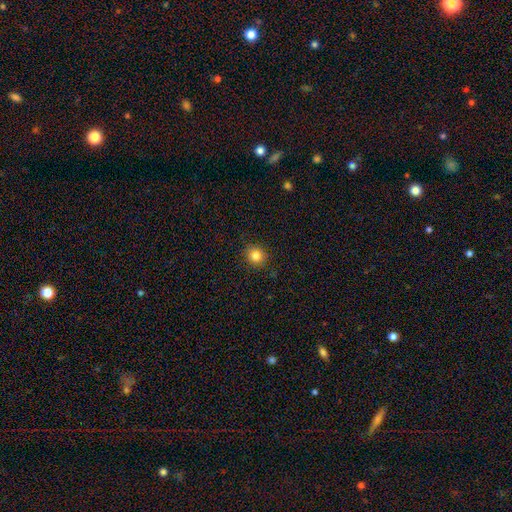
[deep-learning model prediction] Smooth or featured?
  - smooth: 83% *
  - star or artifact: 12%
  - featured or disk: 6%
How rounded?
  - round: 89% *
  - in between: 10%
  - cigar-shaped: 1%
Merging?
  - none: 91% *
  - minor disturbance: 6%
  - major disturbance: 2%
  - merger: 1%